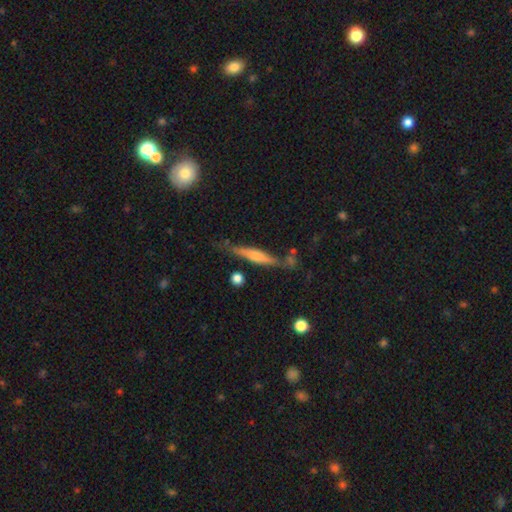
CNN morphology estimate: A featured or disk galaxy (68%) viewed edge-on (95%) with a rounded central bulge (70%).

Vote fractions:
- Smooth or featured? featured or disk: 68% / smooth: 25% / star or artifact: 8%
- Edge-on disk? yes: 95% / no: 5%
- Edge-on bulge? rounded: 70% / none: 16% / boxy: 15%
- Merging? none: 75% / minor disturbance: 17% / merger: 4% / major disturbance: 4%